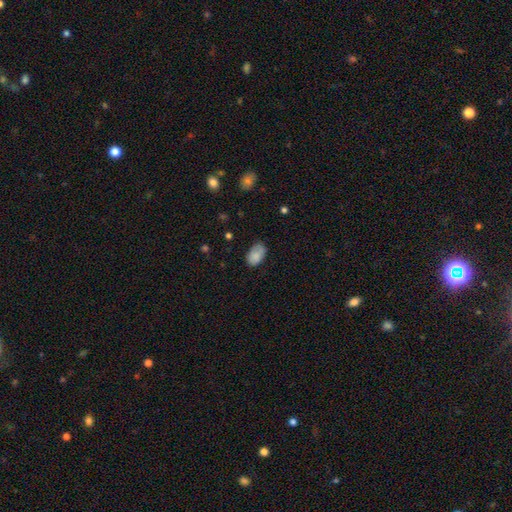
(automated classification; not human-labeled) A smooth galaxy with no disk features (83%) that is in between round and cigar-shaped (91%).

Vote fractions:
- Smooth or featured? smooth: 83% / featured or disk: 9% / star or artifact: 8%
- How rounded? in between: 91% / round: 8% / cigar-shaped: 1%
- Merging? none: 63% / minor disturbance: 29% / major disturbance: 6% / merger: 2%